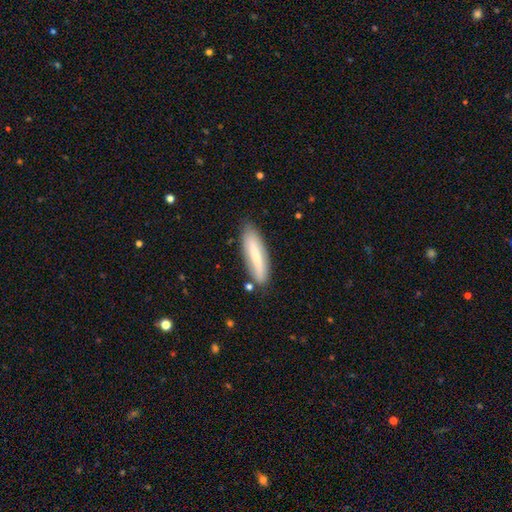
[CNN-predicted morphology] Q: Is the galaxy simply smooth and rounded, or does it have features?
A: smooth — 66%.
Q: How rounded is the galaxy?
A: cigar-shaped — 70%.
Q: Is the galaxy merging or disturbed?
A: none — 80%.